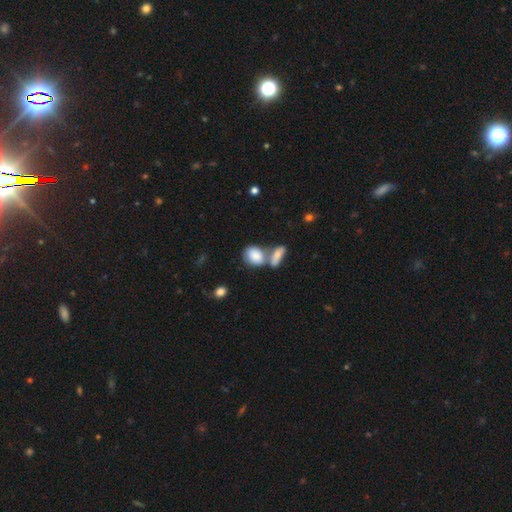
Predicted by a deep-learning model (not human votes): Smooth or featured? Predicted: smooth (p=0.82). How rounded? Predicted: in between (p=0.70). Merging? Predicted: merger (p=0.50).